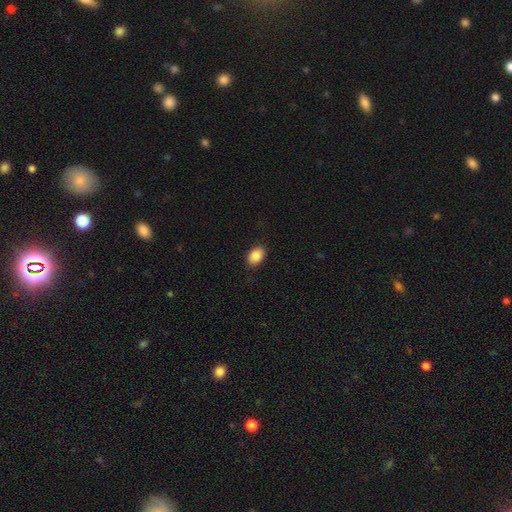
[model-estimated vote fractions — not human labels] This is clearly a smooth galaxy (87%). How rounded: clearly in between (81%). Merging: clearly none (87%).